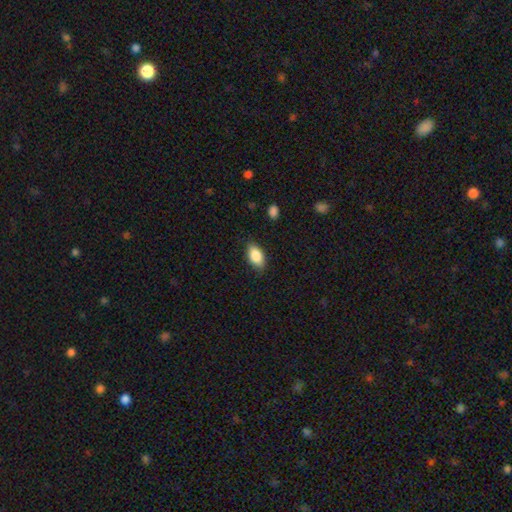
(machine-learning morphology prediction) Smooth or featured?
  - smooth: 86% *
  - featured or disk: 7%
  - star or artifact: 7%
How rounded?
  - in between: 91% *
  - round: 5%
  - cigar-shaped: 3%
Merging?
  - none: 83% *
  - minor disturbance: 13%
  - major disturbance: 3%
  - merger: 1%